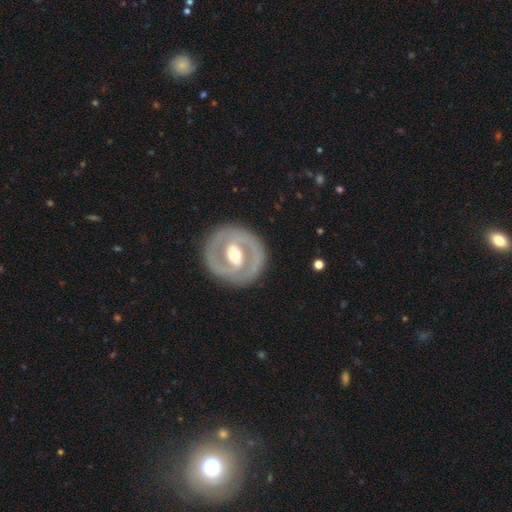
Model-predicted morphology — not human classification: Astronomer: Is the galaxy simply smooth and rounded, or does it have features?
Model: featured or disk — 77%.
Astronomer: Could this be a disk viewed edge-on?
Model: no — 96%.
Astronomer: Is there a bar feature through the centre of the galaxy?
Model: weak — 39% (runner-up: strong, 32%).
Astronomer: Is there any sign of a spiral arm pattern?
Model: yes — 57% (runner-up: no, 43%).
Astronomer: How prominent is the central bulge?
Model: moderate — 73%.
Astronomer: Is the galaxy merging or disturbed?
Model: none — 85%.